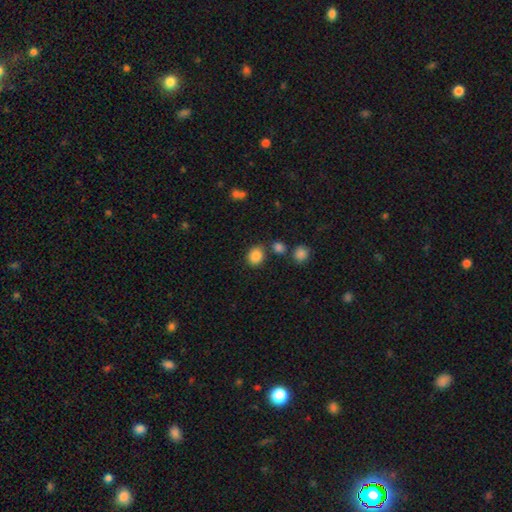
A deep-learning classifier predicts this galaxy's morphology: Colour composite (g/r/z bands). It shows a smooth galaxy with no disk features (86%) that is round (62%). Merging: none (75%).